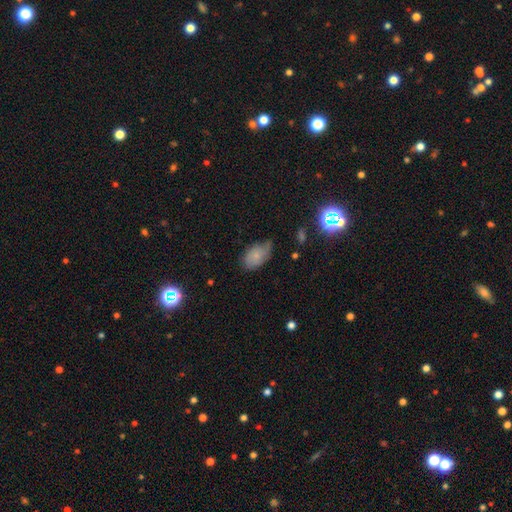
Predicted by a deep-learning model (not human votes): A smooth galaxy with no disk features (69%) that is in between round and cigar-shaped (90%). Merging: none (51%).